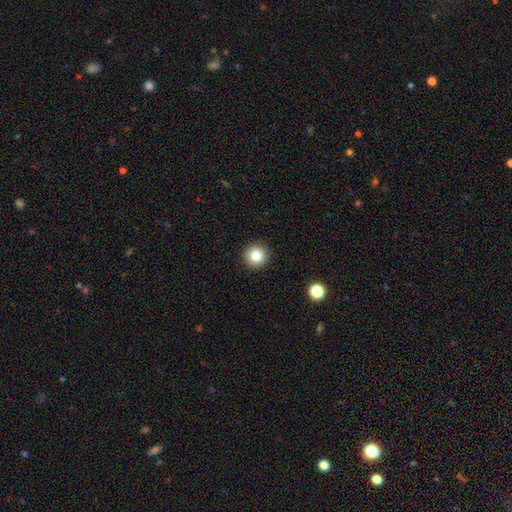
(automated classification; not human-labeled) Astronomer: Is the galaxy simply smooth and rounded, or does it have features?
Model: smooth — 81%.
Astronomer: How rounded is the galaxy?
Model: round — 96%.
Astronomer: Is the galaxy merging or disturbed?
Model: none — 93%.